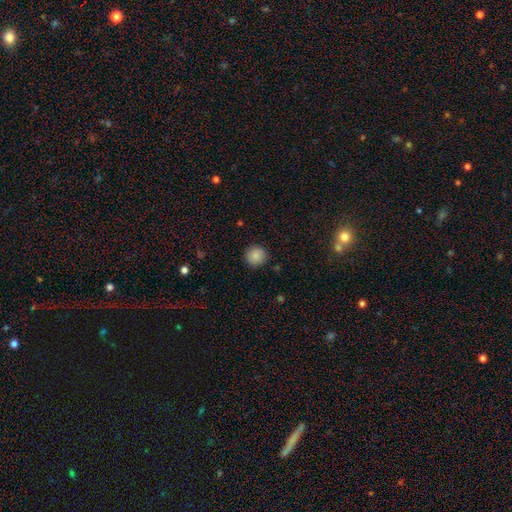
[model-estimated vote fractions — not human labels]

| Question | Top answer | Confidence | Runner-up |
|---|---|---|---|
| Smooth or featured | smooth | 87% | star or artifact (8%) |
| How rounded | round | 94% | in between (5%) |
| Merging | none | 91% | minor disturbance (6%) |